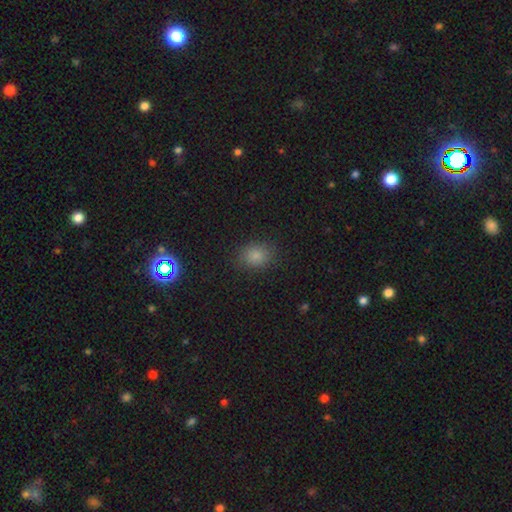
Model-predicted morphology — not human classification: A smooth galaxy with no disk features (82%) that is in between round and cigar-shaped (53%).

Vote fractions:
- Smooth or featured? smooth: 82% / star or artifact: 13% / featured or disk: 5%
- How rounded? in between: 53% / round: 46% / cigar-shaped: 1%
- Merging? none: 84% / minor disturbance: 11% / major disturbance: 3% / merger: 1%